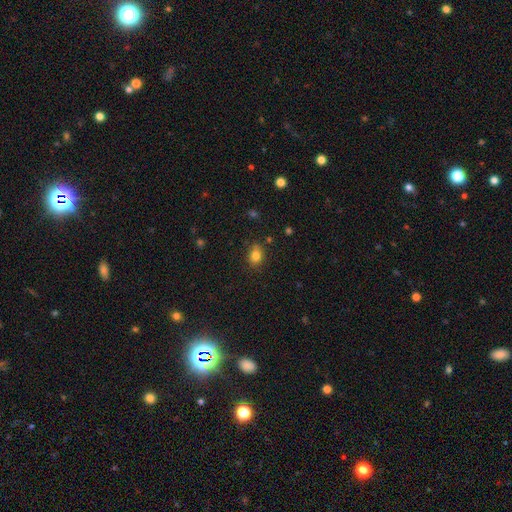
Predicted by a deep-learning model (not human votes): Smooth or featured: smooth — 81% (star or artifact — 11%)
How rounded: in between — 56% (round — 42%)
Merging: none — 80% (minor disturbance — 15%)